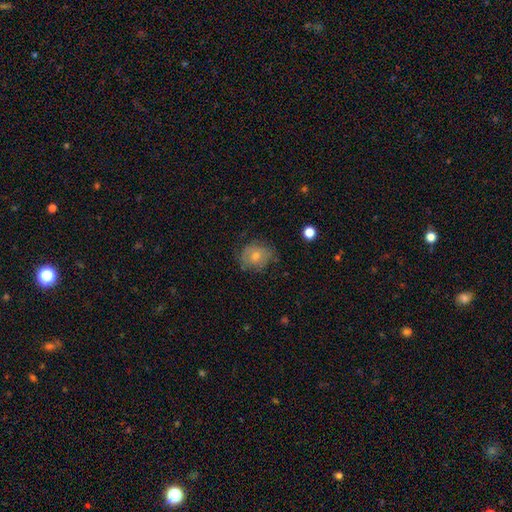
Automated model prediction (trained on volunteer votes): Smooth or featured?
  - smooth: 53% *
  - featured or disk: 34%
  - star or artifact: 13%
How rounded?
  - round: 72% *
  - in between: 27%
  - cigar-shaped: 1%
Merging?
  - none: 72% *
  - minor disturbance: 20%
  - major disturbance: 6%
  - merger: 1%